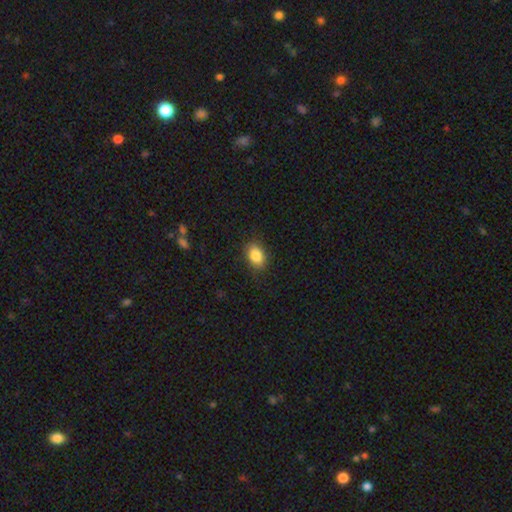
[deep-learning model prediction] A smooth galaxy with no disk features (85%) that is in between round and cigar-shaped (79%).

Vote fractions:
- Smooth or featured? smooth: 85% / star or artifact: 9% / featured or disk: 6%
- How rounded? in between: 79% / round: 20% / cigar-shaped: 1%
- Merging? none: 86% / minor disturbance: 10% / major disturbance: 3% / merger: 1%